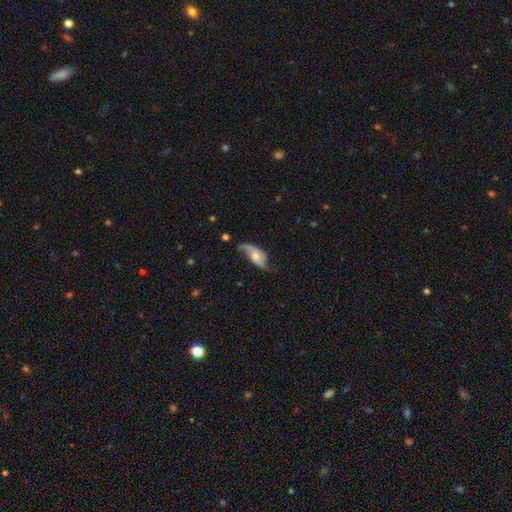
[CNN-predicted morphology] Smooth or featured? Predicted: featured or disk (p=0.73). Edge-on disk? Predicted: no (p=0.92). Bar? Predicted: no (p=0.60). Spiral arms? Predicted: yes (p=0.91). Spiral winding? Predicted: loose (p=0.69). Spiral arm count? Predicted: 2 (p=0.85). Bulge size? Predicted: moderate (p=0.53). Merging? Predicted: none (p=0.55).